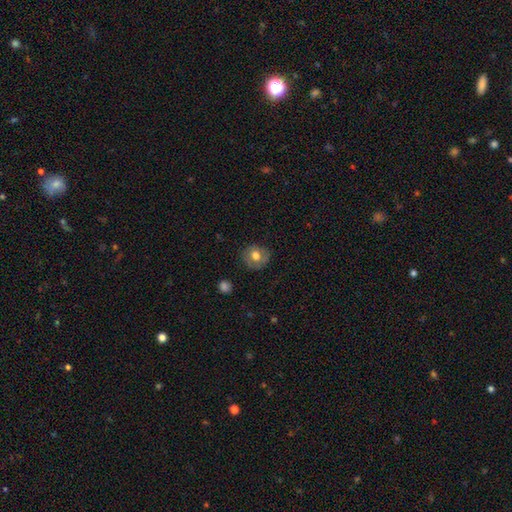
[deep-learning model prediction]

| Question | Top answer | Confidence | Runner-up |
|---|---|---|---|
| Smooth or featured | smooth | 67% | featured or disk (24%) |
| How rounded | round | 78% | in between (21%) |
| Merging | none | 78% | minor disturbance (16%) |